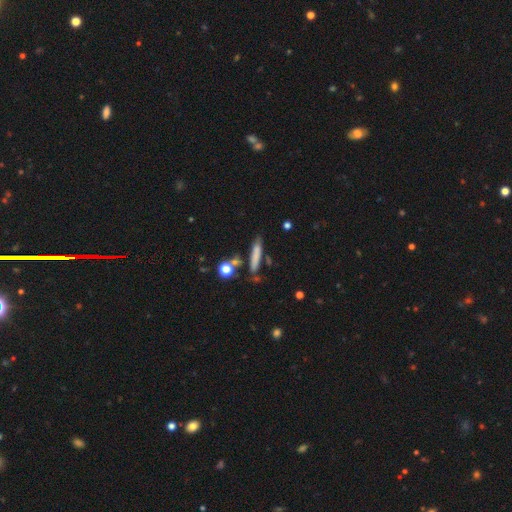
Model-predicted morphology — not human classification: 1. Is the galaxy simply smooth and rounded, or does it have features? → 71% smooth, 20% featured or disk, 9% star or artifact.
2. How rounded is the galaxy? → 85% cigar-shaped, 12% in between, 3% round.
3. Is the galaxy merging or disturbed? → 71% none, 16% minor disturbance, 8% merger, 5% major disturbance.